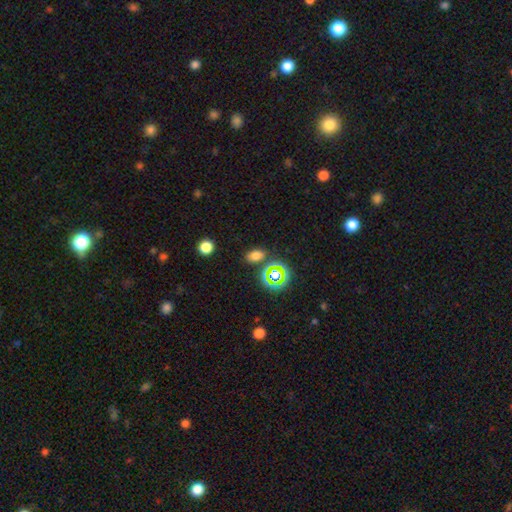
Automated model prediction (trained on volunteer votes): Overall: smooth (69%). How rounded: in between (80%). Merging: none (79%).